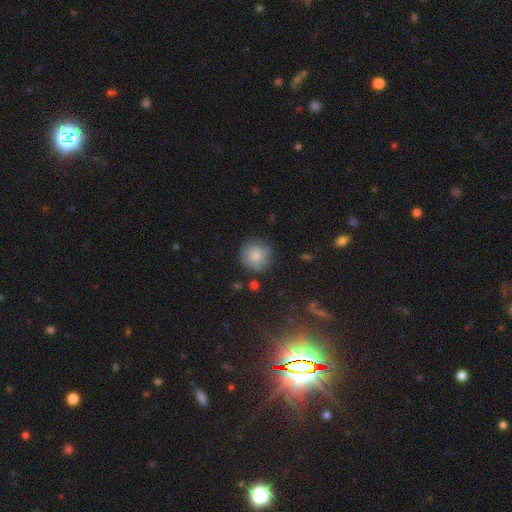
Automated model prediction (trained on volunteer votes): smooth-or-featured: smooth: 77% | featured or disk: 15% | star or artifact: 8%
  how-rounded: round: 94% | in between: 5% | cigar-shaped: 1%
  merging: none: 78% | minor disturbance: 16% | major disturbance: 4% | merger: 2%